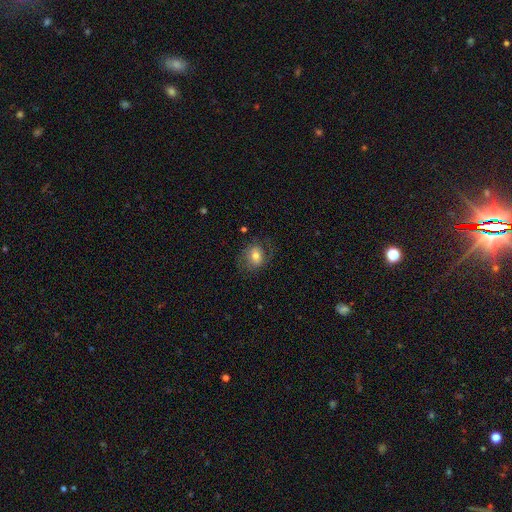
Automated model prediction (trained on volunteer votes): smooth-or-featured: smooth: 63% | featured or disk: 28% | star or artifact: 9%
  how-rounded: round: 56% | in between: 43% | cigar-shaped: 1%
  merging: none: 67% | minor disturbance: 19% | major disturbance: 13% | merger: 1%